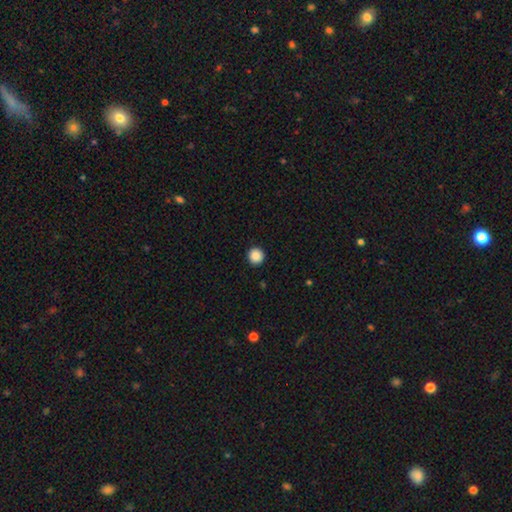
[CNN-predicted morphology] Overall: smooth (88%). How rounded: round (96%). Merging: none (93%).